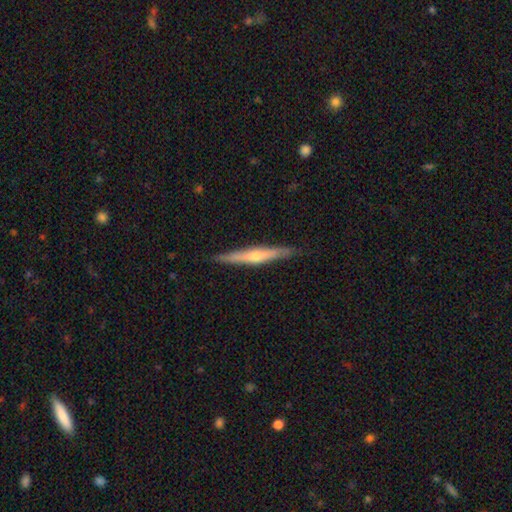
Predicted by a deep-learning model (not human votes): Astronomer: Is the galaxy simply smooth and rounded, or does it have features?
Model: featured or disk — 63%.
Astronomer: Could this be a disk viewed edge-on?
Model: yes — 96%.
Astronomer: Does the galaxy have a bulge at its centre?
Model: rounded — 76%.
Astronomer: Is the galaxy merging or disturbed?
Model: none — 89%.